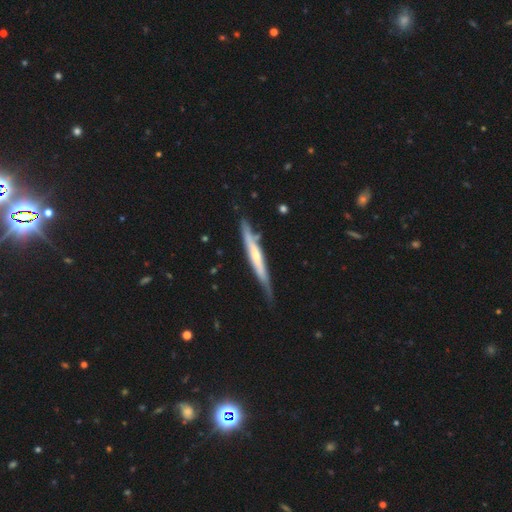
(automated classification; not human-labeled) Smooth or featured: featured or disk — 66% (smooth — 29%)
Edge-on disk: yes — 90% (no — 10%)
Edge-on bulge: rounded — 51% (none — 42%)
Merging: none — 69% (minor disturbance — 23%)